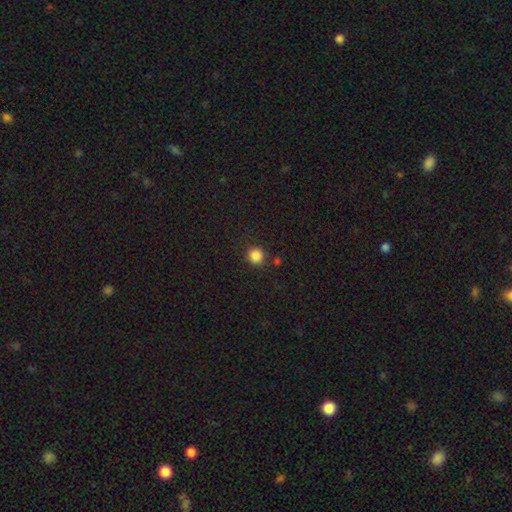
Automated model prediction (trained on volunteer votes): Smooth or featured?
  - smooth: 85% *
  - star or artifact: 12%
  - featured or disk: 3%
How rounded?
  - round: 94% *
  - in between: 5%
  - cigar-shaped: 1%
Merging?
  - none: 88% *
  - minor disturbance: 7%
  - merger: 3%
  - major disturbance: 2%